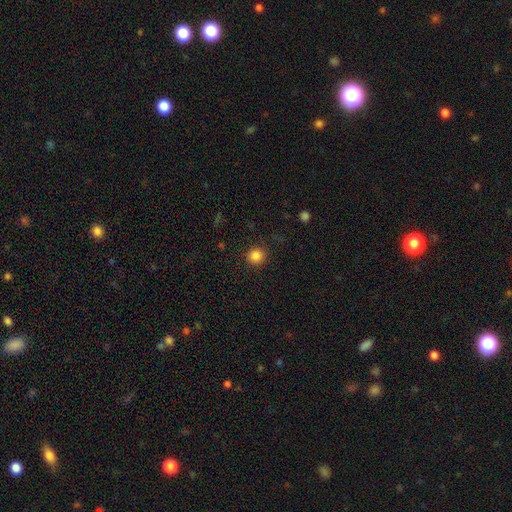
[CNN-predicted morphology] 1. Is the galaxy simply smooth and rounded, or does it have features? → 85% smooth, 11% star or artifact, 4% featured or disk.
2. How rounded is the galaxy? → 88% round, 11% in between, 1% cigar-shaped.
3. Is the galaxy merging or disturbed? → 89% none, 7% minor disturbance, 3% major disturbance, 1% merger.